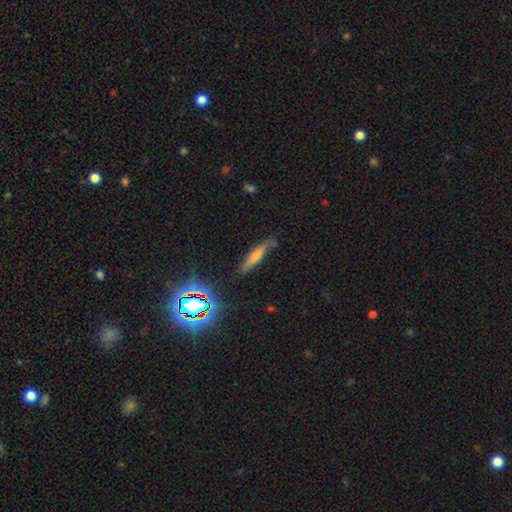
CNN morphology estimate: The model was most divided on "smooth or featured" (2-way tie): smooth: 39%, featured or disk: 39%, star or artifact: 22%. More confident: merging — none (78%).